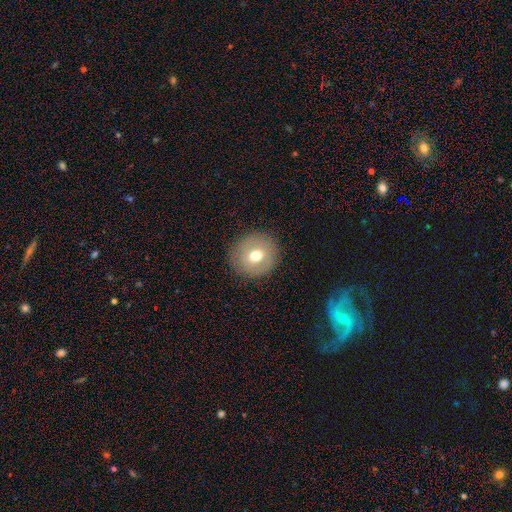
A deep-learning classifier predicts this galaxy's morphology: This appears to be a smooth galaxy with no disk features (65%) that is round (89%). Merging: none (88%).